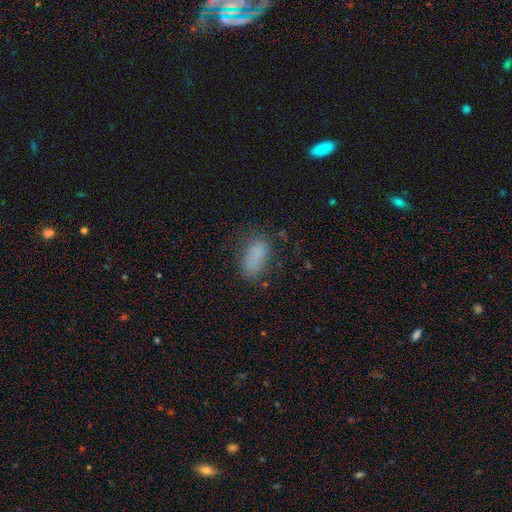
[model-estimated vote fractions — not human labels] Smooth or featured? Predicted: smooth (p=0.79). How rounded? Predicted: in between (p=0.88). Merging? Predicted: none (p=0.63).